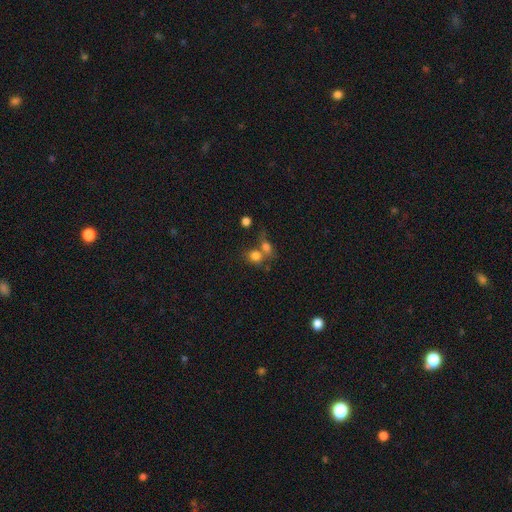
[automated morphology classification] type=smooth (78%); roundness=round (66%); merging=merger (48%).